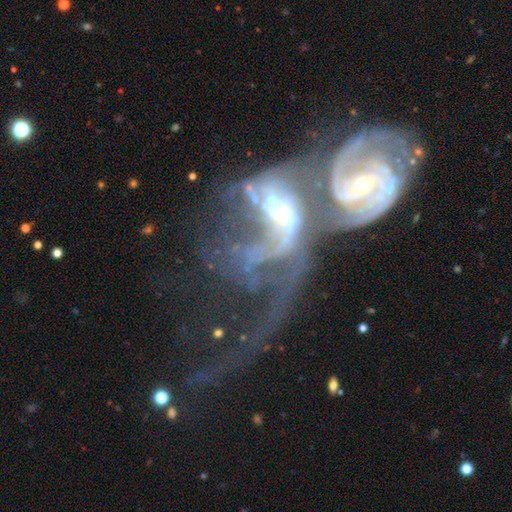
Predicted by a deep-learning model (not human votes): Morphology: type=featured or disk (84%); edge-on=no (95%); bar=weak (36%); spiral arms=yes (89%); winding=medium (37%); arm count=2 (47%); bulge=moderate (46%); merging=merger (77%).